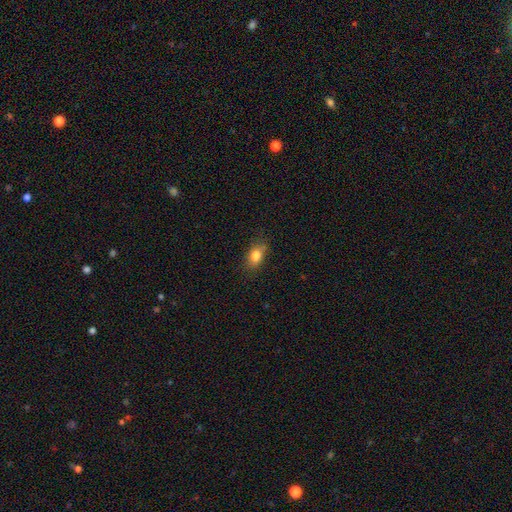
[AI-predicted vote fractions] smooth-or-featured: smooth: 81% | featured or disk: 9% | star or artifact: 9%
  how-rounded: in between: 80% | round: 16% | cigar-shaped: 4%
  merging: none: 78% | minor disturbance: 17% | major disturbance: 4% | merger: 1%